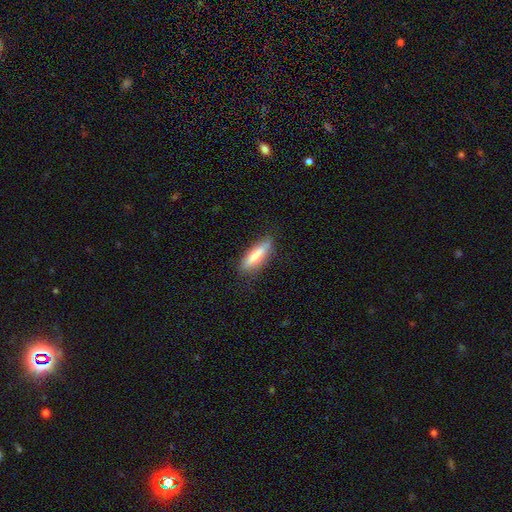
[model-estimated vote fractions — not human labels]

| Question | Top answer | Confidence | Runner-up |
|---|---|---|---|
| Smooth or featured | smooth | 72% | featured or disk (22%) |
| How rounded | cigar-shaped | 63% | in between (35%) |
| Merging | none | 80% | minor disturbance (15%) |